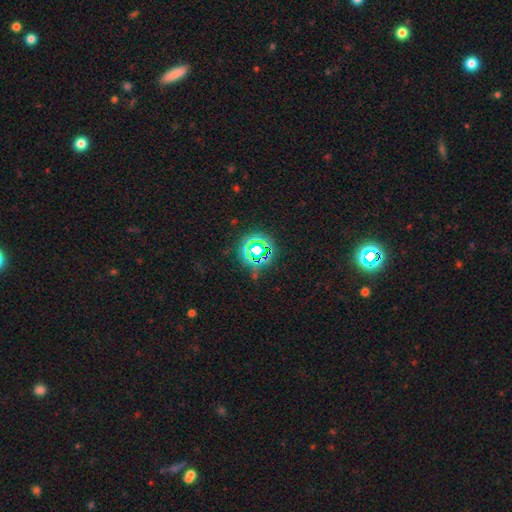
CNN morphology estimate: star or artifact 74%, smooth 16%, featured or disk 9%.